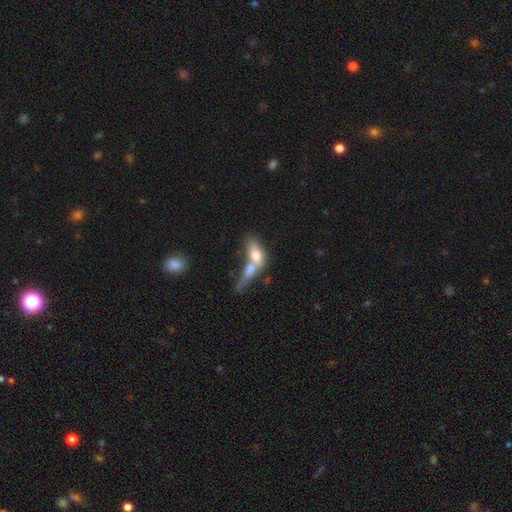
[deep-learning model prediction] smooth 67%, featured or disk 26%, star or artifact 7%. Down the decision tree: how rounded — in between (75%); merging — merger (69%).